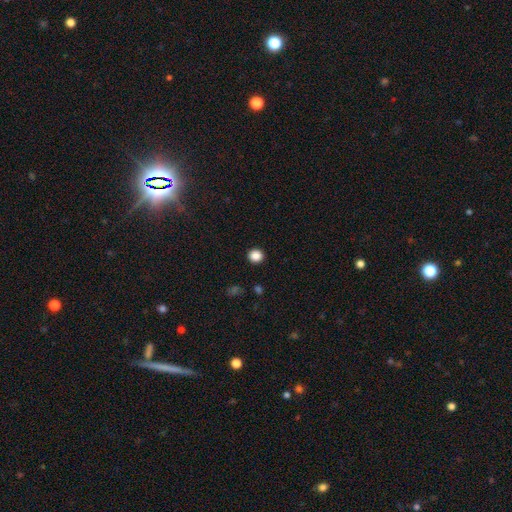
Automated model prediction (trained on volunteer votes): This appears to be a smooth galaxy with no disk features (86%) that is round (87%). Merging: none (93%).